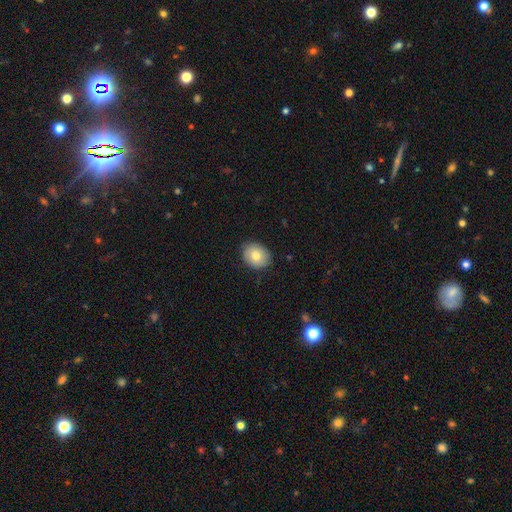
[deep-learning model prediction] This is likely a smooth galaxy (76%). How rounded: possibly round (59%). Merging: clearly none (86%).